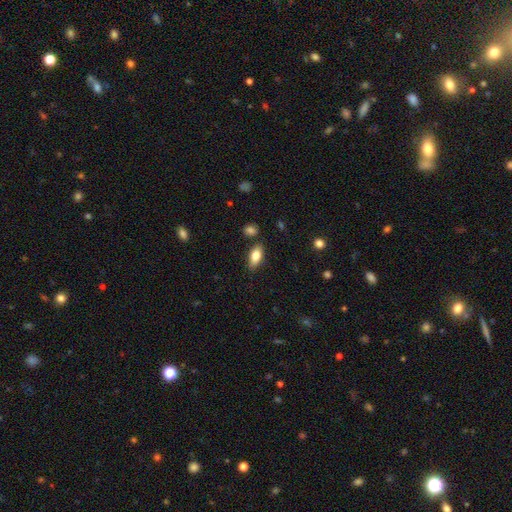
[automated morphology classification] Smooth or featured?
  - smooth: 76% *
  - featured or disk: 17%
  - star or artifact: 7%
How rounded?
  - in between: 85% *
  - cigar-shaped: 12%
  - round: 3%
Merging?
  - none: 83% *
  - minor disturbance: 11%
  - merger: 3%
  - major disturbance: 2%